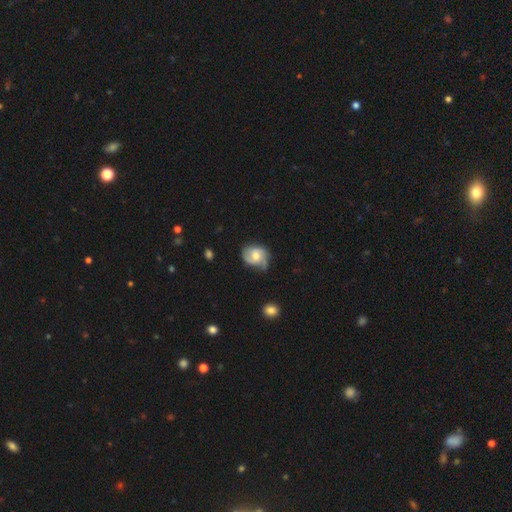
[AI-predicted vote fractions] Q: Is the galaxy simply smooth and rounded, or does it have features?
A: featured or disk — 74%.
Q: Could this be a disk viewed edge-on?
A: no — 98%.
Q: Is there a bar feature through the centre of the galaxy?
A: no — 60%.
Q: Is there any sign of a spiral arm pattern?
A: yes — 94%.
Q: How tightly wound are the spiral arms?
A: medium — 47%.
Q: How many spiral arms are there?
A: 2 — 63%.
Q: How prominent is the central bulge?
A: moderate — 64%.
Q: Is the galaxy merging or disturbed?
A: none — 63%.